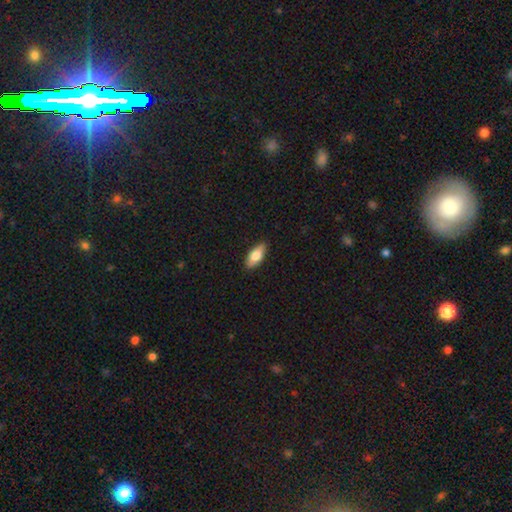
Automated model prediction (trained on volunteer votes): Smooth or featured?
  - smooth: 76% *
  - featured or disk: 18%
  - star or artifact: 6%
How rounded?
  - in between: 83% *
  - cigar-shaped: 15%
  - round: 3%
Merging?
  - none: 88% *
  - minor disturbance: 9%
  - major disturbance: 2%
  - merger: 1%